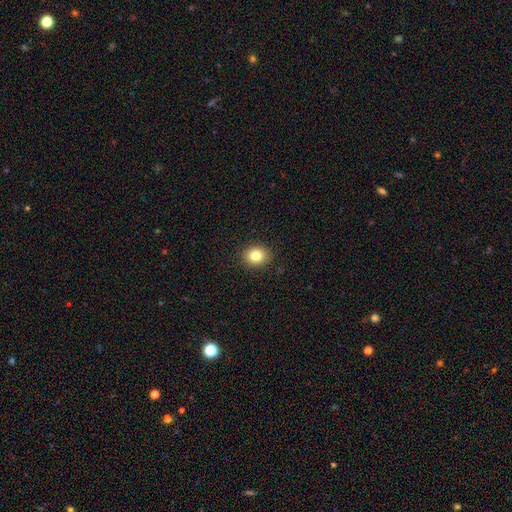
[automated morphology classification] Overall: smooth (82%). How rounded: round (73%). Merging: none (91%).